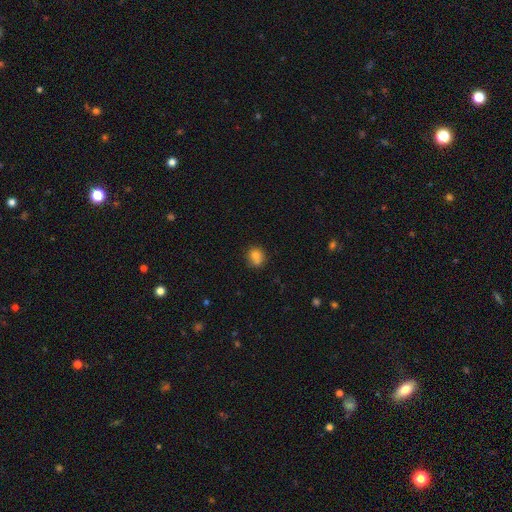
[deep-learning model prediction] Morphology: type=smooth (74%); roundness=round (79%); merging=none (52%).